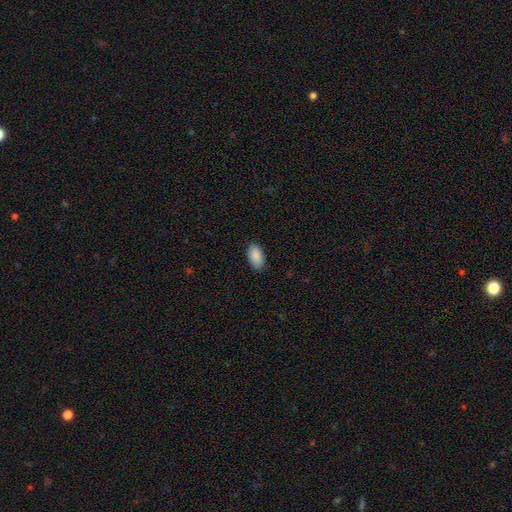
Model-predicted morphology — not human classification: Smooth or featured? smooth (90%)
How rounded? in between (95%)
Merging? none (88%)